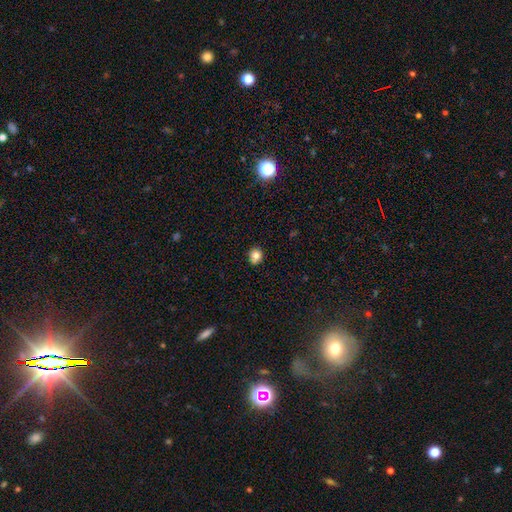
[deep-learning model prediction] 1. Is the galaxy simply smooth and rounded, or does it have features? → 81% smooth, 12% star or artifact, 7% featured or disk.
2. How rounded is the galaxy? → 74% round, 25% in between, 1% cigar-shaped.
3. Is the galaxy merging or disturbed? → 76% none, 16% minor disturbance, 5% merger, 3% major disturbance.